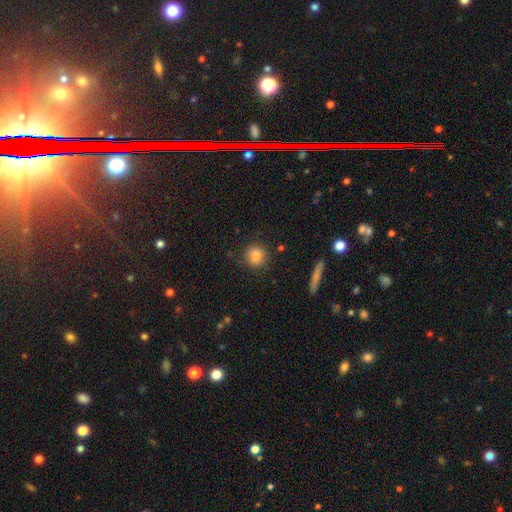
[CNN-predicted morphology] type=smooth (84%); roundness=round (85%); merging=none (86%).